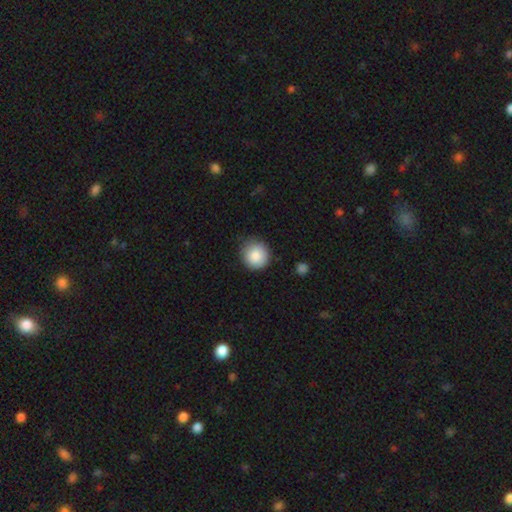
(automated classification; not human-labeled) A smooth galaxy with no disk features (86%) that is round (91%).

Vote fractions:
- Smooth or featured? smooth: 86% / star or artifact: 8% / featured or disk: 6%
- How rounded? round: 91% / in between: 8% / cigar-shaped: 1%
- Merging? none: 79% / minor disturbance: 16% / major disturbance: 3% / merger: 1%